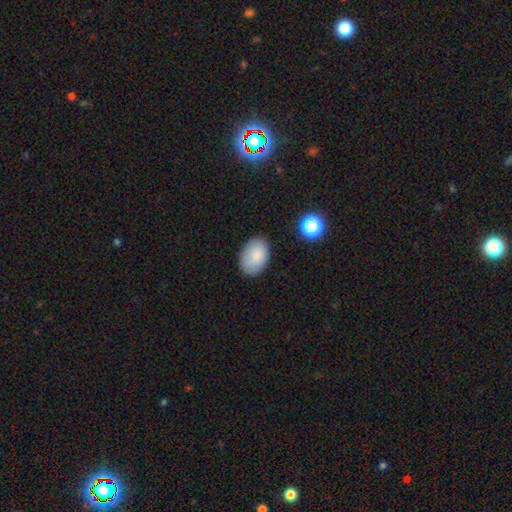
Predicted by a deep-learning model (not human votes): smooth_or_featured: smooth (p=0.86) [alt: star or artifact p=0.08]
how_rounded: in between (p=0.86) [alt: round p=0.13]
merging: none (p=0.83) [alt: minor disturbance p=0.12]